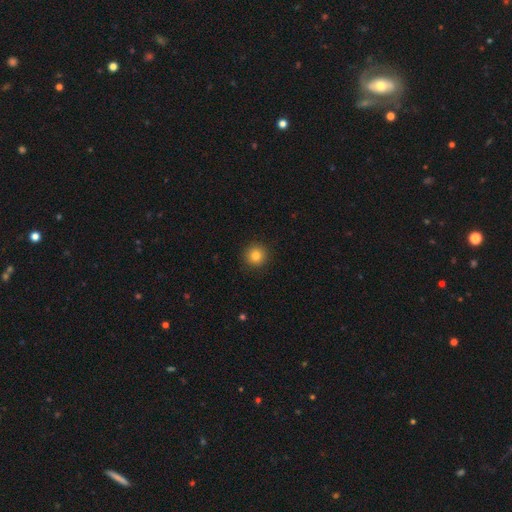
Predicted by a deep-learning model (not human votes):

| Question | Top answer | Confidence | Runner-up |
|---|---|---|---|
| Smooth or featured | smooth | 82% | star or artifact (12%) |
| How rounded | round | 95% | in between (4%) |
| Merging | none | 92% | minor disturbance (5%) |